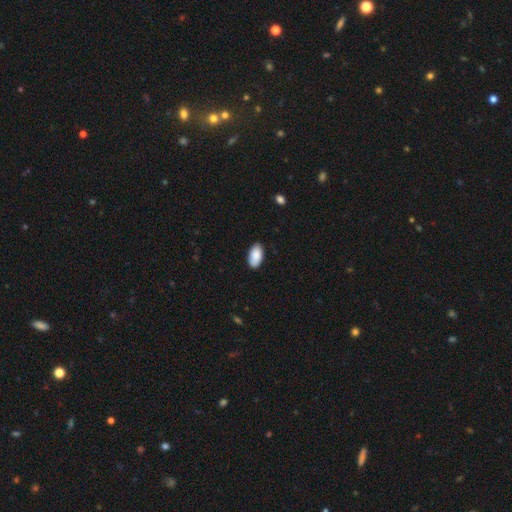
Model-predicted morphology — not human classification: smooth-or-featured: smooth: 89% | star or artifact: 6% | featured or disk: 5%
  how-rounded: in between: 96% | round: 3% | cigar-shaped: 2%
  merging: none: 86% | minor disturbance: 11% | major disturbance: 2% | merger: 1%